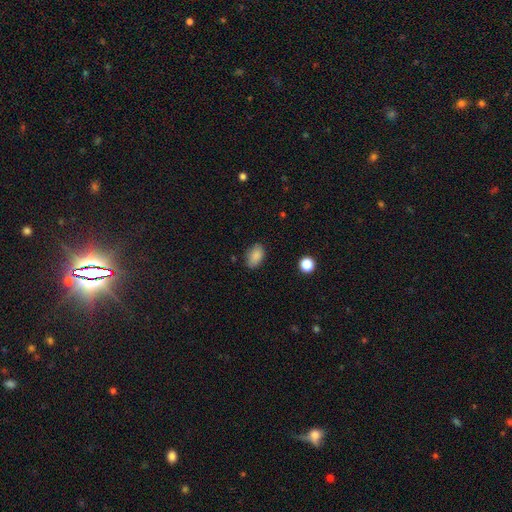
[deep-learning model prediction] Smooth or featured: smooth — 87% (star or artifact — 9%)
How rounded: in between — 89% (round — 9%)
Merging: none — 82% (minor disturbance — 14%)